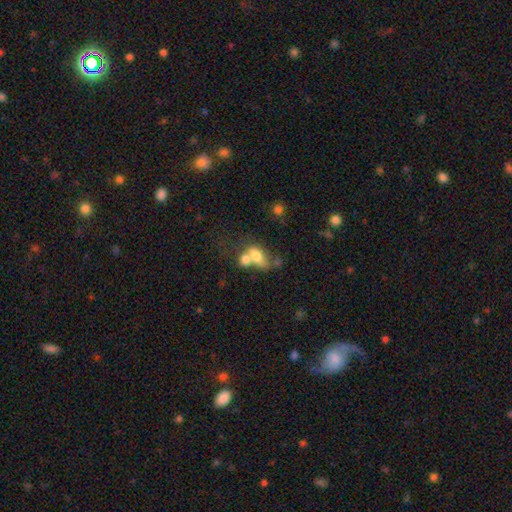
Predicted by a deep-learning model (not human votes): A smooth galaxy with no disk features (69%) that is in between round and cigar-shaped (80%). Merging: merger (56%).